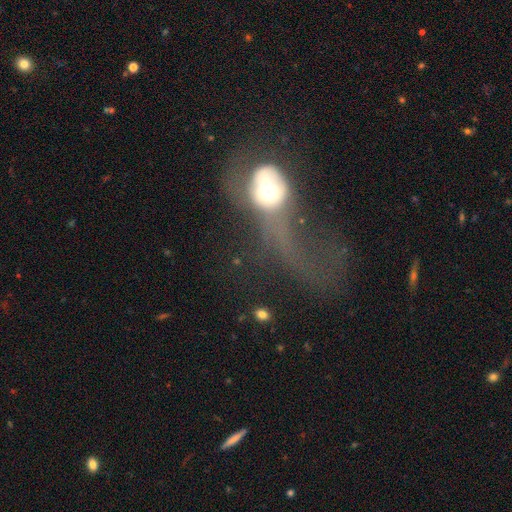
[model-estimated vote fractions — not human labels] A featured or disk galaxy (42%). Merging: major disturbance (66%).